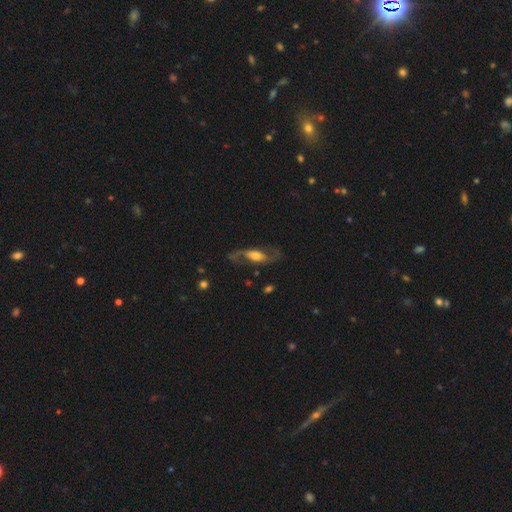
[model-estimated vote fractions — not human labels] Overall: featured or disk (78%). Edge-on disk: no (87%). Bar: no (38%; weak 37%). Spiral arms: yes (91%). Spiral arm count: 2 (89%). Spiral winding: loose (64%; medium 28%). Bulge size: moderate (56%; small 20%). Merging: none (67%).